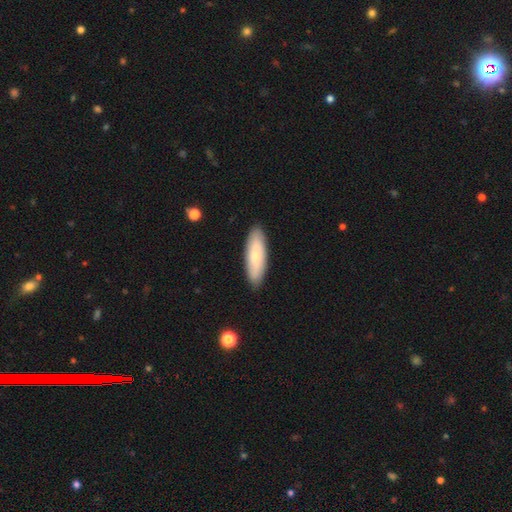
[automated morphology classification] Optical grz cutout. It shows a smooth galaxy with no disk features (68%) that is in between round and cigar-shaped (52%). Merging: none (88%).